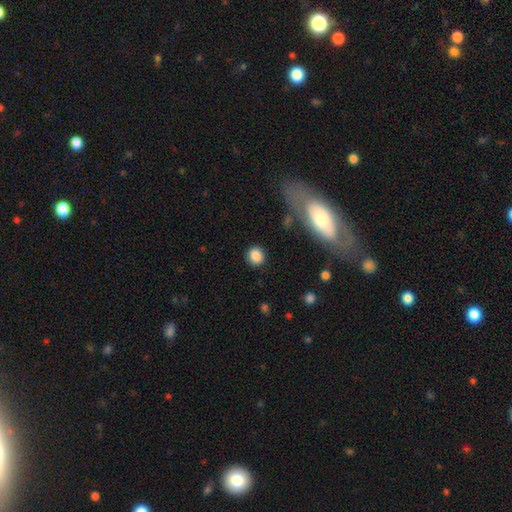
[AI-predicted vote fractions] Smooth or featured? Predicted: smooth (p=0.86). How rounded? Predicted: round (p=0.82). Merging? Predicted: none (p=0.86).